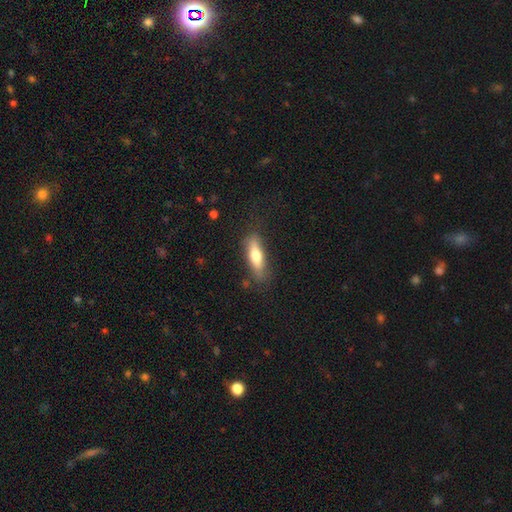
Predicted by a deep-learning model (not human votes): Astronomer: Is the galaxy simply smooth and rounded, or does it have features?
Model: smooth — 66%.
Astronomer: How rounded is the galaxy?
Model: cigar-shaped — 56% (runner-up: in between, 42%).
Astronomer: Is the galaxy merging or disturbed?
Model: none — 77%.